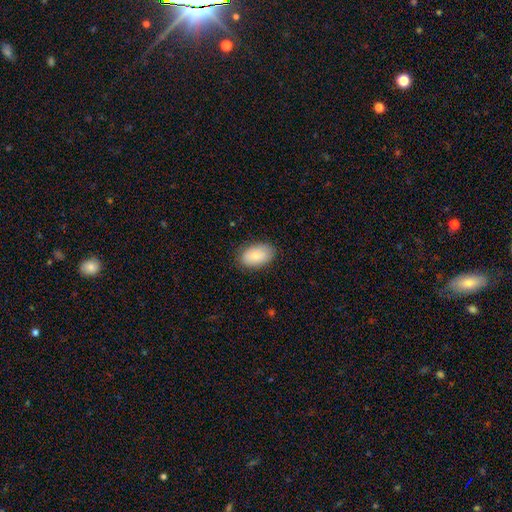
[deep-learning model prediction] Smooth or featured? Predicted: smooth (p=0.82). How rounded? Predicted: in between (p=0.92). Merging? Predicted: none (p=0.84).